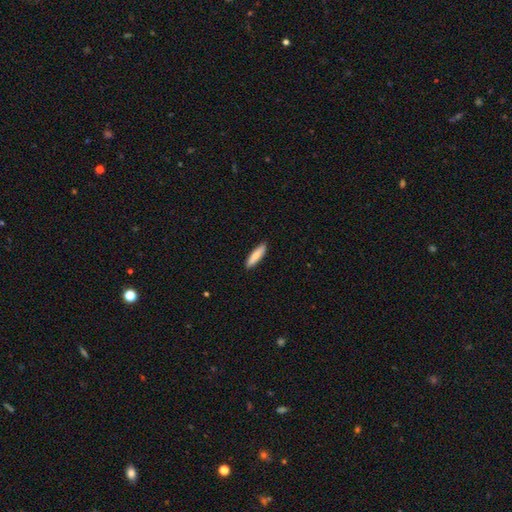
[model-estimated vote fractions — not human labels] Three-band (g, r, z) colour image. It shows a smooth galaxy with no disk features (75%) that is cigar-shaped (73%). Merging: none (90%).